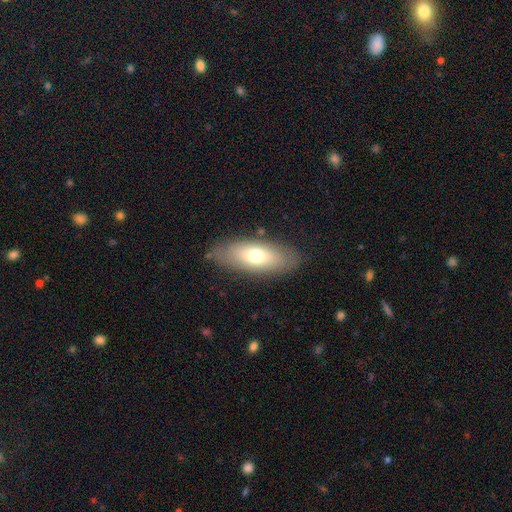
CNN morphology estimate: The model was most divided on "smooth or featured": smooth: 65%, featured or disk: 28%, star or artifact: 7%. More confident: merging — none (82%); how rounded — in between (79%).